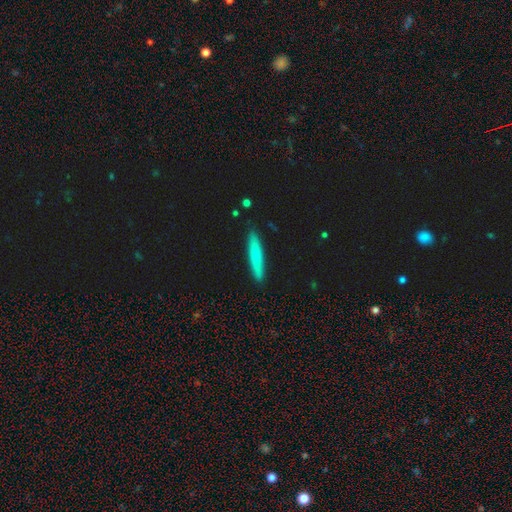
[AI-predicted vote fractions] Morphology: type=smooth (75%); roundness=cigar-shaped (93%); merging=none (90%).